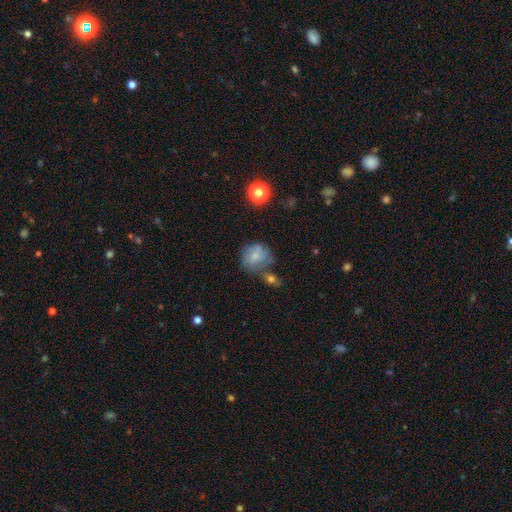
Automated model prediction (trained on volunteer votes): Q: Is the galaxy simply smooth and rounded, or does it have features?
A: smooth — 62%.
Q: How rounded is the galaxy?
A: round — 76%.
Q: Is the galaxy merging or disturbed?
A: none — 48%.